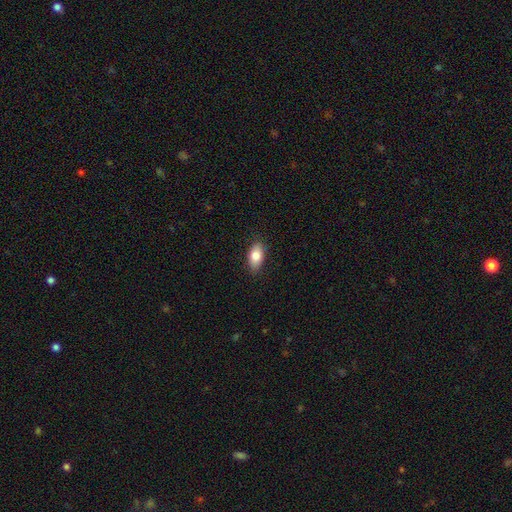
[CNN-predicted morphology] The model was most divided on "smooth or featured": smooth: 82%, featured or disk: 11%, star or artifact: 7%. More confident: how rounded — in between (91%); merging — none (86%).